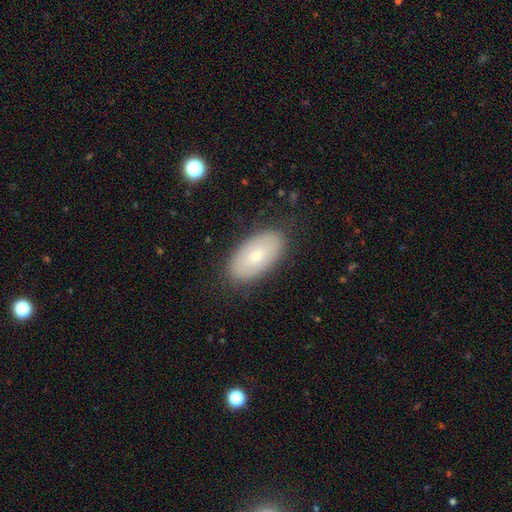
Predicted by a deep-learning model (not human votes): A smooth galaxy with no disk features (73%) that is in between round and cigar-shaped (95%).

Vote fractions:
- Smooth or featured? smooth: 73% / featured or disk: 20% / star or artifact: 7%
- How rounded? in between: 95% / round: 3% / cigar-shaped: 2%
- Merging? none: 85% / minor disturbance: 11% / major disturbance: 3% / merger: 1%